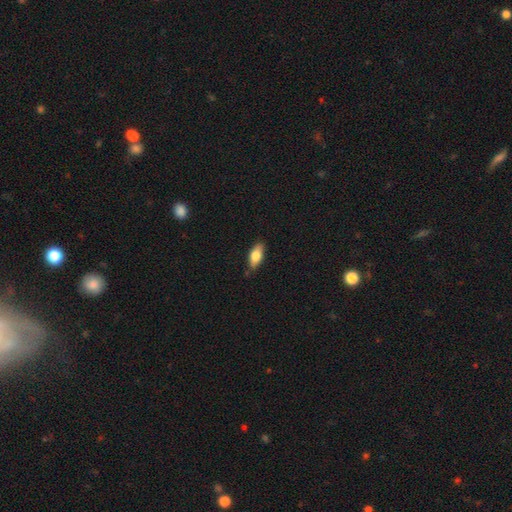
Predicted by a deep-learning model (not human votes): Q: Smooth or featured?
A: smooth (75%); runner-up: featured or disk (18%)
Q: How rounded?
A: in between (83%); runner-up: cigar-shaped (13%)
Q: Merging?
A: none (80%); runner-up: minor disturbance (16%)